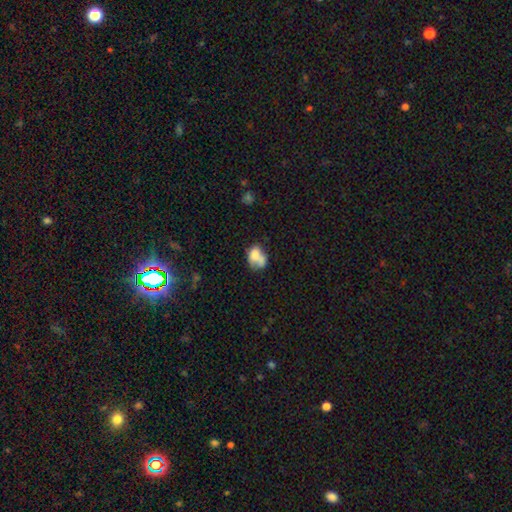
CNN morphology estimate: smooth_or_featured: smooth (p=0.68) [alt: featured or disk p=0.22]
how_rounded: in between (p=0.67) [alt: round p=0.31]
merging: merger (p=0.45) [alt: none p=0.24]